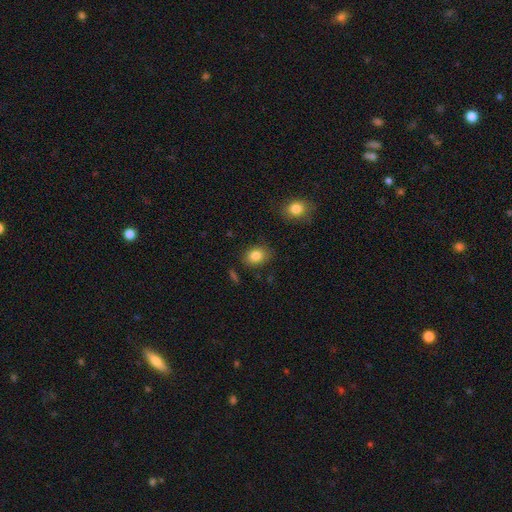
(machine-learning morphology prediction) Overall: smooth (84%). How rounded: in between (58%; round 41%). Merging: none (81%).